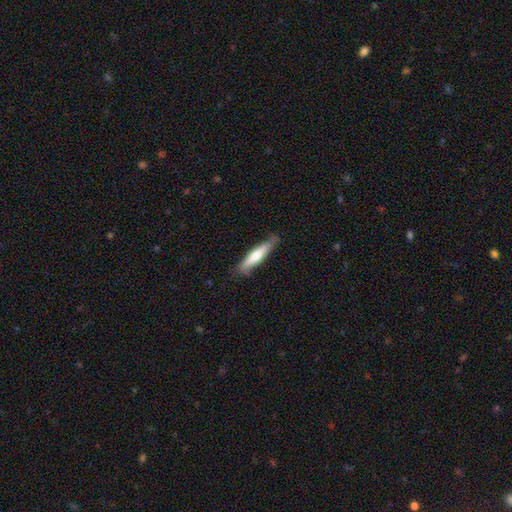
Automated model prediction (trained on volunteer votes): This appears to be a smooth galaxy with no disk features (62%) that is cigar-shaped (87%). Merging: none (76%).